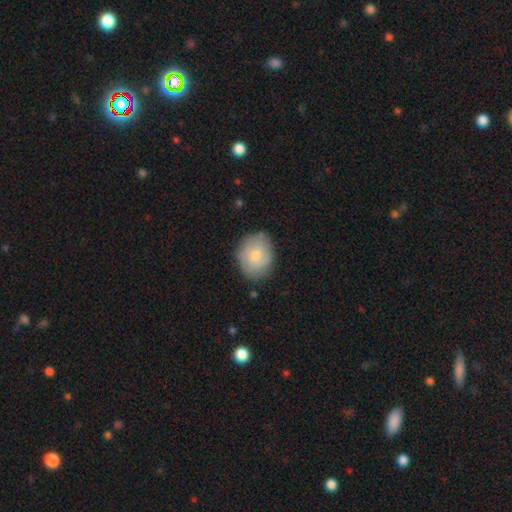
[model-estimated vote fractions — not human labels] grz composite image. It shows a smooth galaxy with no disk features (61%) that is round (55%). Merging: none (74%).